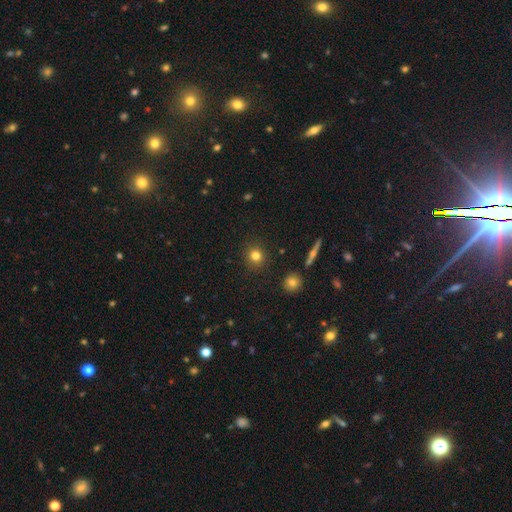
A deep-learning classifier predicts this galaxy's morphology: Smooth or featured?
  - smooth: 80% *
  - star or artifact: 12%
  - featured or disk: 8%
How rounded?
  - round: 89% *
  - in between: 10%
  - cigar-shaped: 1%
Merging?
  - none: 90% *
  - minor disturbance: 6%
  - major disturbance: 2%
  - merger: 2%